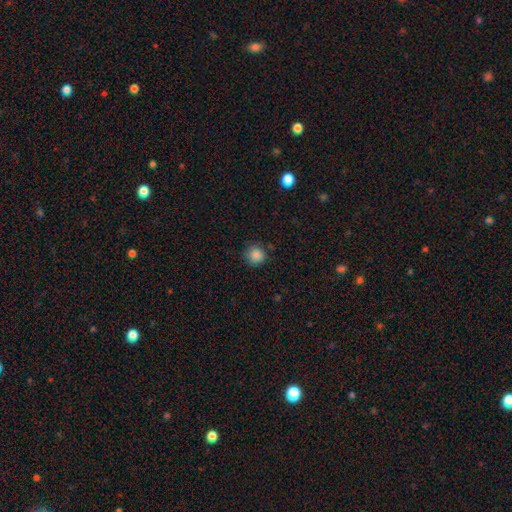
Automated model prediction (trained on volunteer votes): Smooth or featured?
  - smooth: 85% *
  - star or artifact: 10%
  - featured or disk: 4%
How rounded?
  - round: 92% *
  - in between: 8%
  - cigar-shaped: 1%
Merging?
  - none: 83% *
  - minor disturbance: 13%
  - major disturbance: 3%
  - merger: 1%